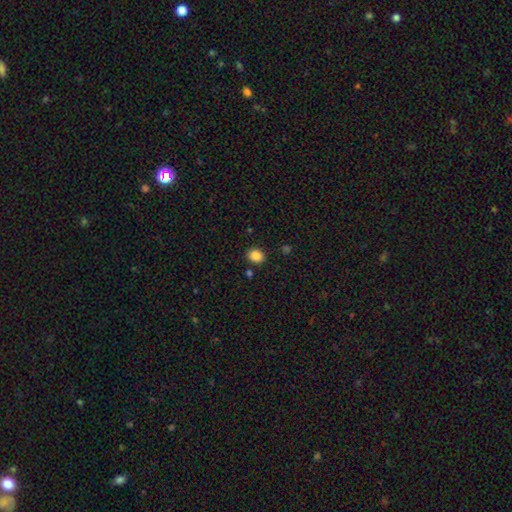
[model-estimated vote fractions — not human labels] Smooth or featured? smooth (87%)
How rounded? round (58%)
Merging? none (87%)